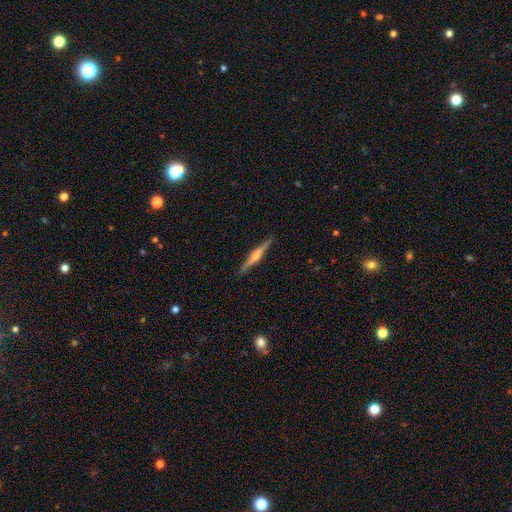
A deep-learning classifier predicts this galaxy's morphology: type=featured or disk (66%); edge-on=yes (98%); edge-on bulge=rounded (73%); merging=none (91%).